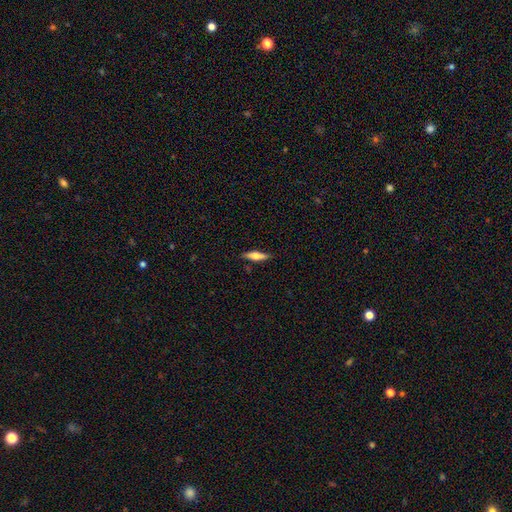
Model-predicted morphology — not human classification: A smooth galaxy with no disk features (57%) that is cigar-shaped (63%).

Vote fractions:
- Smooth or featured? smooth: 57% / featured or disk: 37% / star or artifact: 6%
- How rounded? cigar-shaped: 63% / in between: 35% / round: 2%
- Merging? none: 85% / minor disturbance: 11% / major disturbance: 2% / merger: 1%